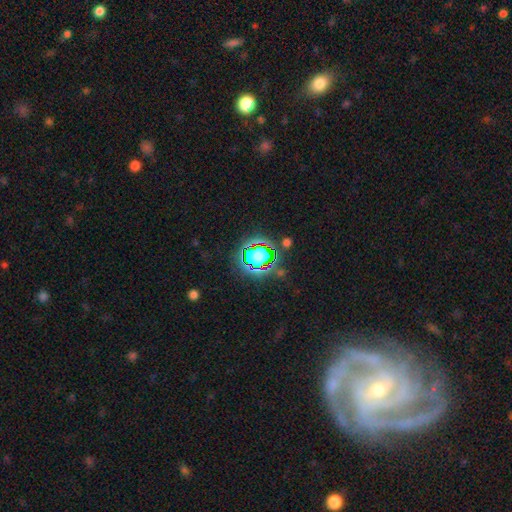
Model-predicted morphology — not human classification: Smooth or featured: star or artifact — 59% (smooth — 28%)